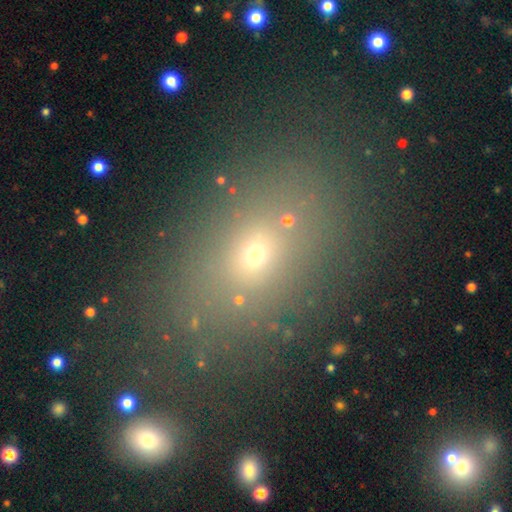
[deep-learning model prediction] smooth 58%, star or artifact 27%, featured or disk 14%. Down the decision tree: how rounded — in between (68%); merging — none (75%).